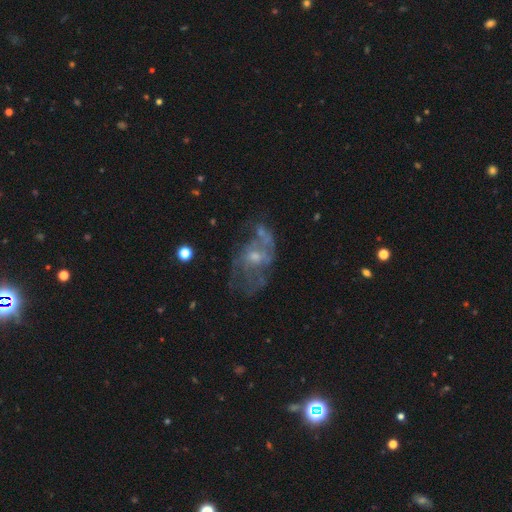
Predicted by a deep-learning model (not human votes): featured or disk 68%, smooth 20%, star or artifact 11%. Down the decision tree: edge-on disk — no (96%); bar — no (69%); spiral arms — yes (50%, tied with no); bulge size — small (49%); merging — none (38%).